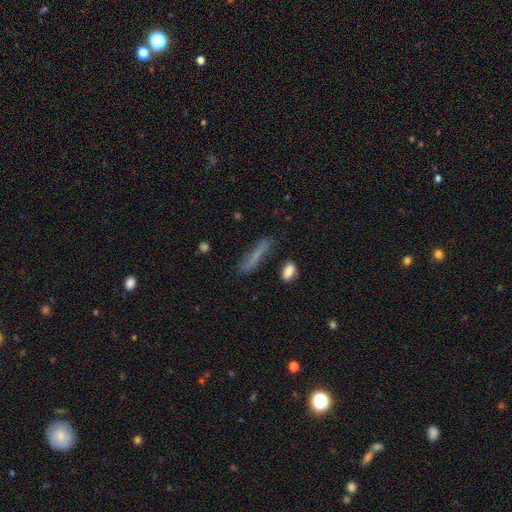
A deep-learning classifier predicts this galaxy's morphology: type=smooth (66%); roundness=cigar-shaped (87%); merging=none (74%).